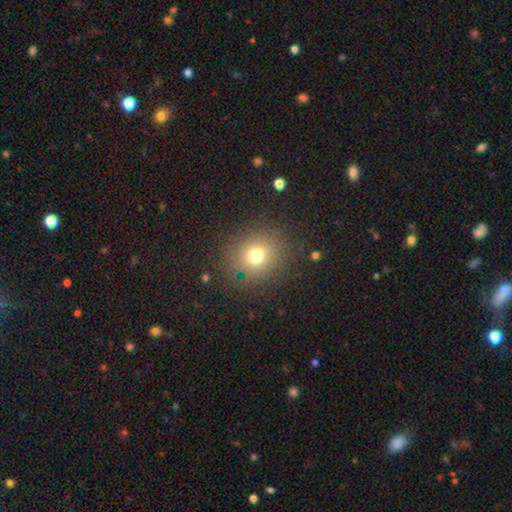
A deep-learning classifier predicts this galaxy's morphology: A smooth galaxy with no disk features (72%) that is round (82%).

Vote fractions:
- Smooth or featured? smooth: 72% / star or artifact: 17% / featured or disk: 11%
- How rounded? round: 82% / in between: 17% / cigar-shaped: 1%
- Merging? none: 84% / minor disturbance: 9% / major disturbance: 5% / merger: 1%